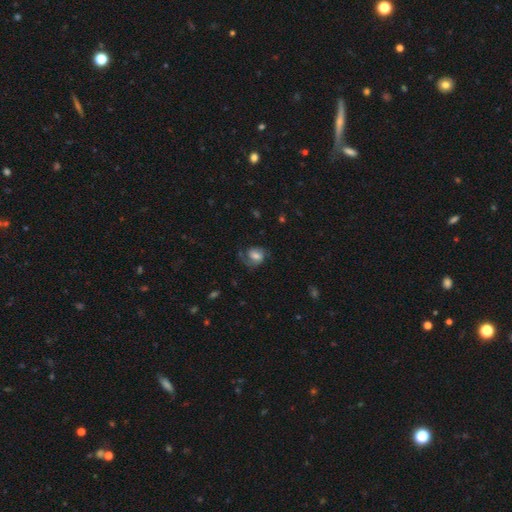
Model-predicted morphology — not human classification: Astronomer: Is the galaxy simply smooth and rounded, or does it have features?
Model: featured or disk — 53% (runner-up: smooth, 38%).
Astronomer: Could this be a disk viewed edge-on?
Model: no — 97%.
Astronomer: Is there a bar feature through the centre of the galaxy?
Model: weak — 43% (runner-up: no, 42%).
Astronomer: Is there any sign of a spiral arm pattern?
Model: yes — 87%.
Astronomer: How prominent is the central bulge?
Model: moderate — 45% (runner-up: small, 24%).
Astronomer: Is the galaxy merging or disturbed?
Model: none — 54%.